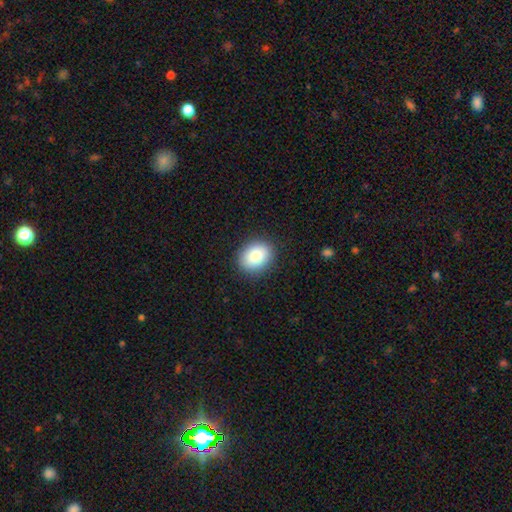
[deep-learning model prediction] Q: Smooth or featured?
A: smooth (82%); runner-up: featured or disk (10%)
Q: How rounded?
A: in between (50%); runner-up: round (49%)
Q: Merging?
A: none (89%); runner-up: minor disturbance (8%)